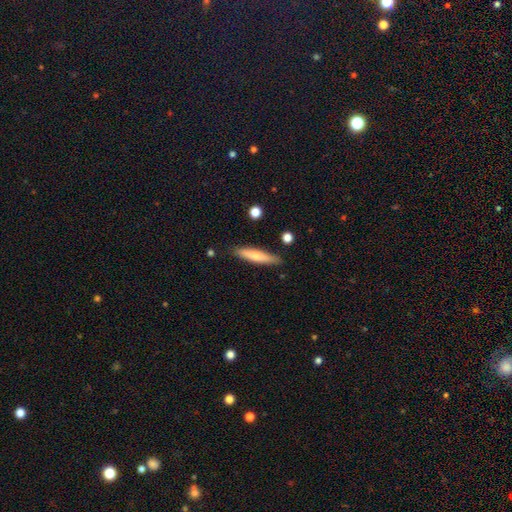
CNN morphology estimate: Overall: smooth (63%; featured or disk 31%). How rounded: cigar-shaped (85%). Merging: none (87%).